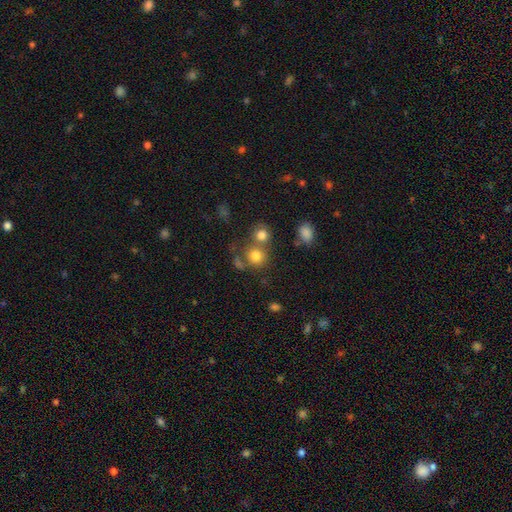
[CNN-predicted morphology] Smooth or featured: smooth — 77% (star or artifact — 13%)
How rounded: round — 85% (in between — 14%)
Merging: none — 53% (merger — 33%)